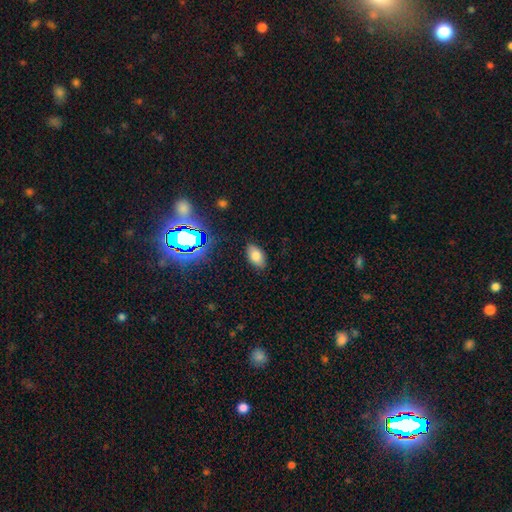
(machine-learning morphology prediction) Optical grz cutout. It shows a smooth galaxy with no disk features (74%) that is in between round and cigar-shaped (92%). Merging: none (85%).